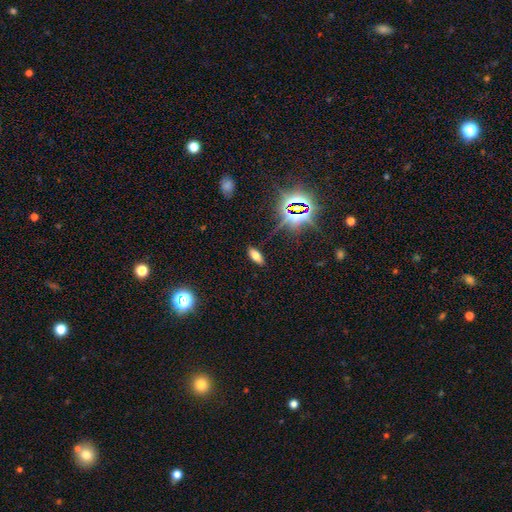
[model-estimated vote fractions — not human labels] Smooth or featured? Predicted: smooth (p=0.62). How rounded? Predicted: in between (p=0.84). Merging? Predicted: none (p=0.87).